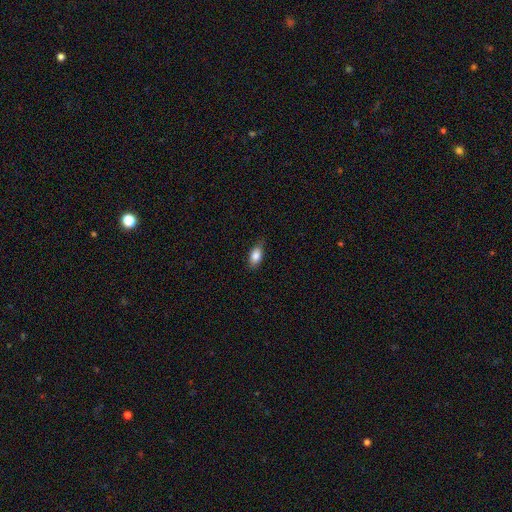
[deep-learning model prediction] Overall: smooth (84%). How rounded: in between (88%). Merging: none (80%).